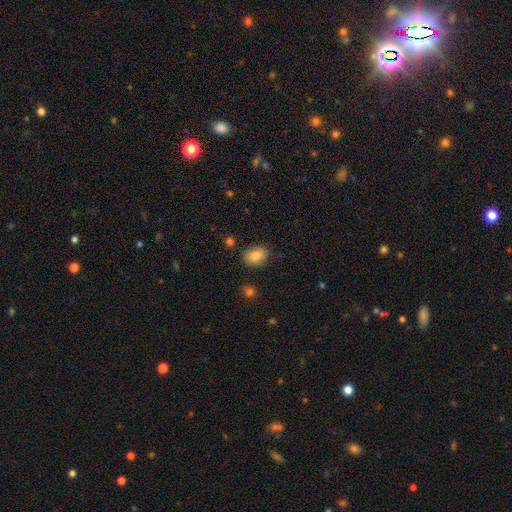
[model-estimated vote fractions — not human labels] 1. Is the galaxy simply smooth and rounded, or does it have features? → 82% smooth, 9% featured or disk, 9% star or artifact.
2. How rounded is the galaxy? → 77% in between, 22% round, 1% cigar-shaped.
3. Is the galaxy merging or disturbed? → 82% none, 13% minor disturbance, 3% major disturbance, 2% merger.